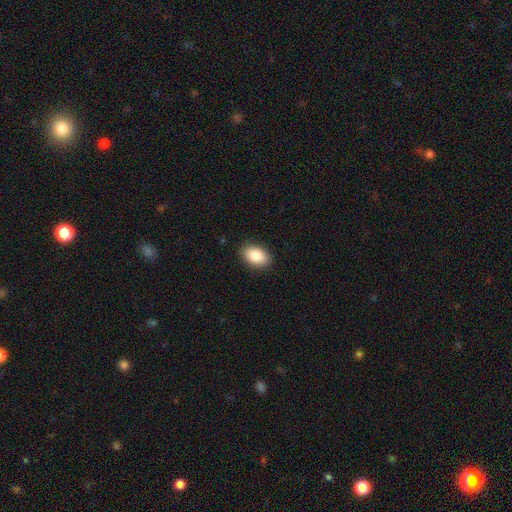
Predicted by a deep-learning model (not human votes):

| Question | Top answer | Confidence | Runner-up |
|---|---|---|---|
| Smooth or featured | smooth | 87% | star or artifact (7%) |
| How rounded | in between | 90% | round (9%) |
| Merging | none | 89% | minor disturbance (8%) |